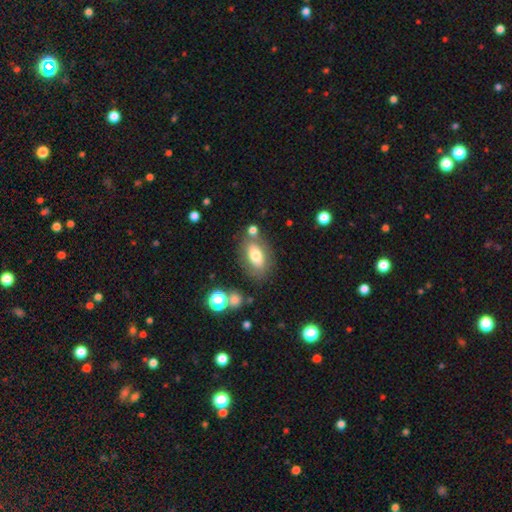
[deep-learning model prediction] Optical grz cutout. It shows a smooth galaxy with no disk features (69%) that is in between round and cigar-shaped (86%). Merging: none (67%).